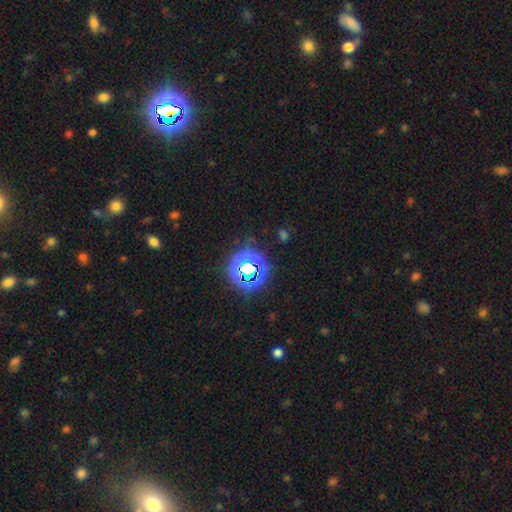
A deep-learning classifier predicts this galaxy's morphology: A star or artifact, not a galaxy (76%).